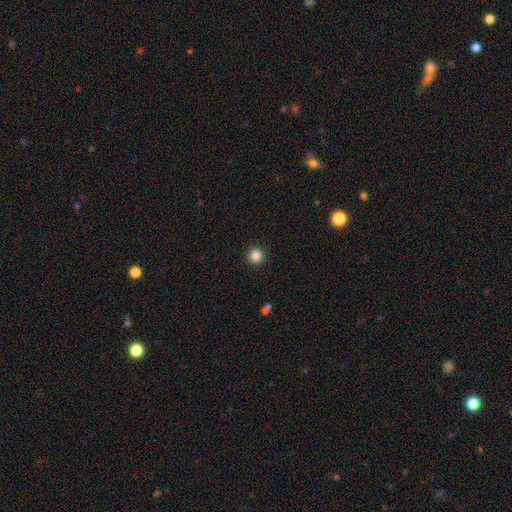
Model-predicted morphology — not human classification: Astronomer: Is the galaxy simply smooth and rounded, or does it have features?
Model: smooth — 85%.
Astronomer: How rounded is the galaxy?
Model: round — 96%.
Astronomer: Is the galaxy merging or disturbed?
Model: none — 93%.